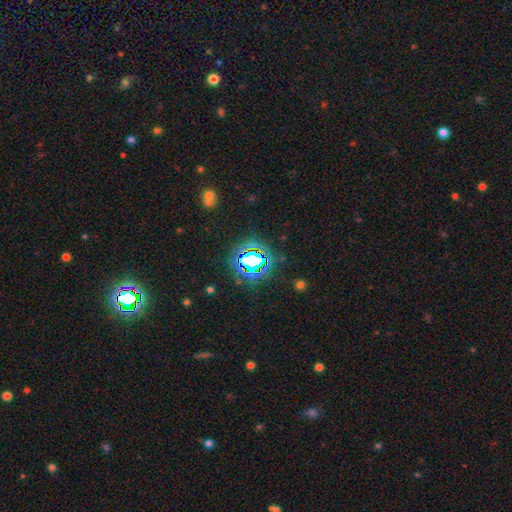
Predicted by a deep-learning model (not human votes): This is likely a star or artifact rather than a galaxy (70%).